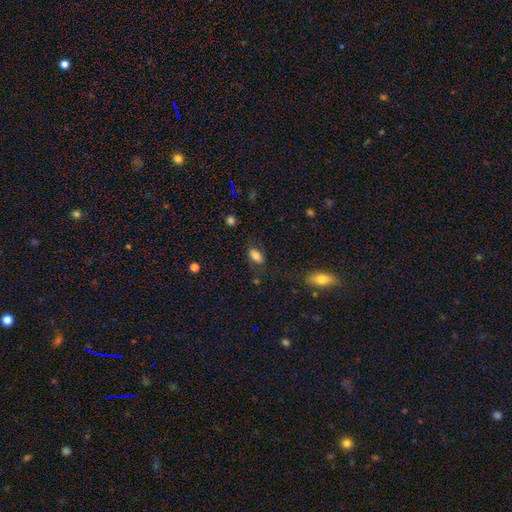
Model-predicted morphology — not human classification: Smooth or featured?
  - smooth: 78% *
  - featured or disk: 13%
  - star or artifact: 9%
How rounded?
  - in between: 89% *
  - round: 7%
  - cigar-shaped: 3%
Merging?
  - none: 76% *
  - minor disturbance: 16%
  - major disturbance: 6%
  - merger: 2%